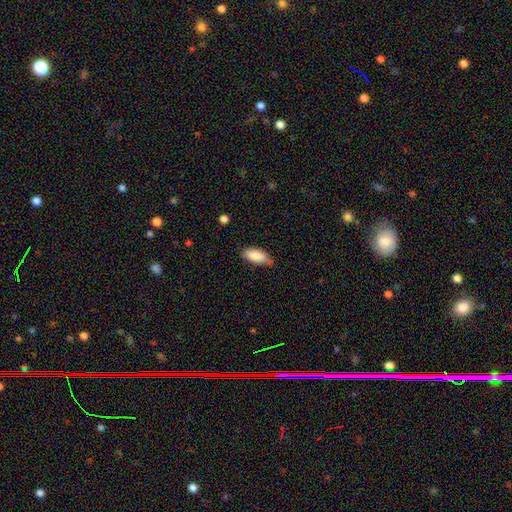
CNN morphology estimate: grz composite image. It shows a smooth galaxy with no disk features (86%) that is in between round and cigar-shaped (86%). Merging: none (70%).